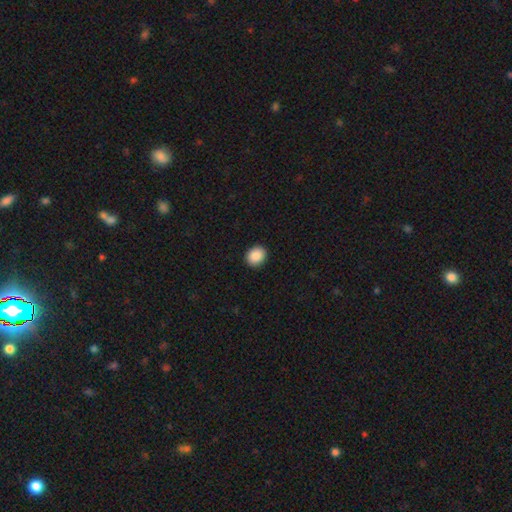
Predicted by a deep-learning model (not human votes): This appears to be a smooth galaxy with no disk features (89%) that is round (59%). Merging: none (92%).